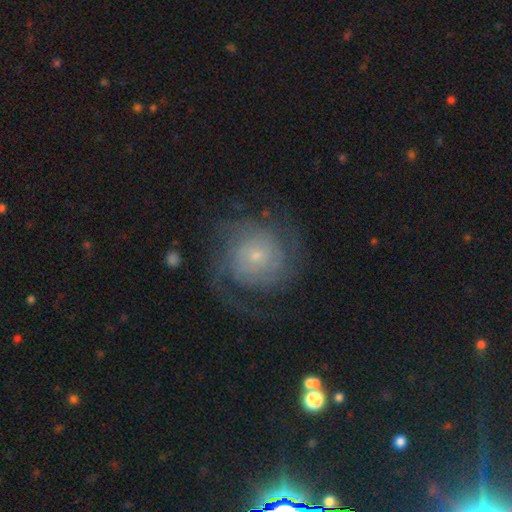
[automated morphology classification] Smooth or featured: featured or disk — 80% (smooth — 14%)
Edge-on disk: no — 98% (yes — 2%)
Bar: no — 75% (weak — 21%)
Spiral arms: yes — 94% (no — 6%)
Spiral winding: tight — 61% (medium — 29%)
Spiral arm count: 2 — 43% (can't tell — 27%)
Bulge size: small — 76% (moderate — 18%)
Merging: none — 70% (minor disturbance — 14%)